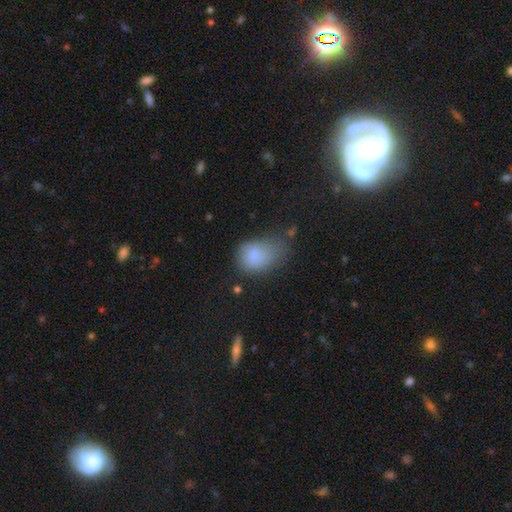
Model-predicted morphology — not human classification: Q: Smooth or featured?
A: smooth (80%); runner-up: featured or disk (10%)
Q: How rounded?
A: in between (73%); runner-up: round (26%)
Q: Merging?
A: minor disturbance (37%); runner-up: none (31%)